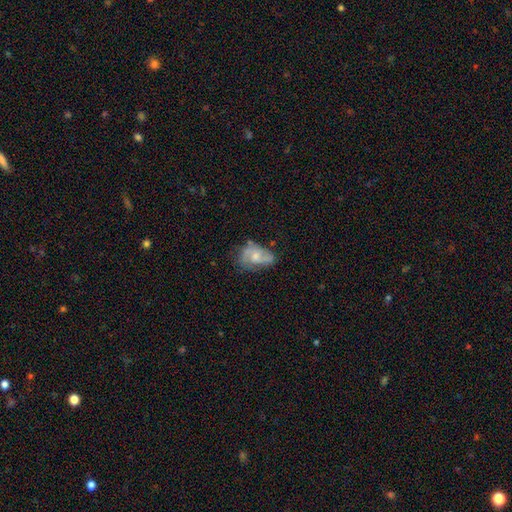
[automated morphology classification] A featured or disk galaxy (54%) with no bar (69%), spiral arms (67%) and a moderate central bulge (49%). Merging: none (41%).